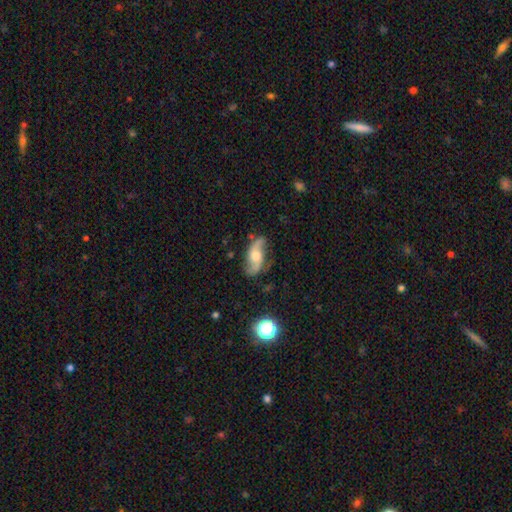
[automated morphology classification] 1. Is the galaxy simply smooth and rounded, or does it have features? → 73% featured or disk, 20% smooth, 7% star or artifact.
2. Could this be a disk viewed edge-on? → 91% no, 9% yes.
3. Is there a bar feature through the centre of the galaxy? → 61% no, 31% weak, 8% strong.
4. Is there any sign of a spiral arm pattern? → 92% yes, 8% no.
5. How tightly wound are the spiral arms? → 67% loose, 25% medium, 8% tight.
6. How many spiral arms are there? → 91% 2, 4% can't tell, 2% 1, 1% 3, 1% 4, 1% more than 4.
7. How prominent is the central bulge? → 60% moderate, 20% small, 15% large, 4% none, 2% dominant.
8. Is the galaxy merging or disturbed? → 73% none, 18% minor disturbance, 7% major disturbance, 2% merger.